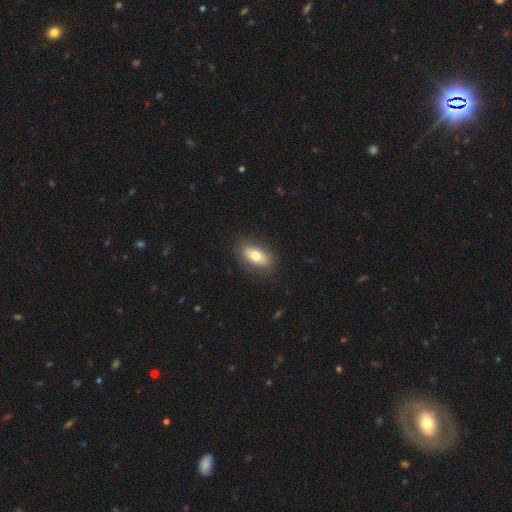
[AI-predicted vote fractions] smooth_or_featured: smooth (p=0.74) [alt: featured or disk p=0.19]
how_rounded: in between (p=0.88) [alt: round p=0.07]
merging: none (p=0.85) [alt: minor disturbance p=0.11]